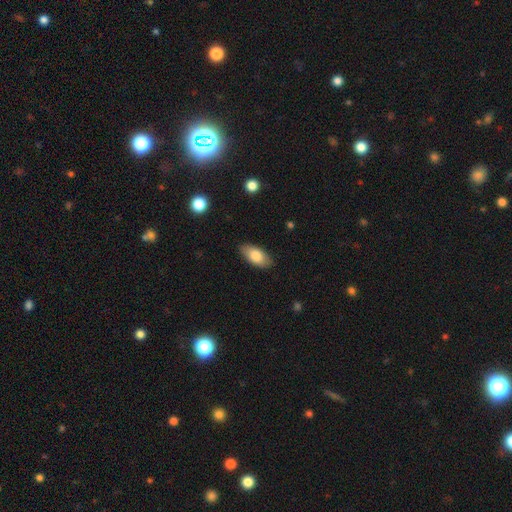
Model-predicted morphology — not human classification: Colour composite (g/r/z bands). It shows a smooth galaxy with no disk features (81%) that is in between round and cigar-shaped (91%). Merging: none (85%).